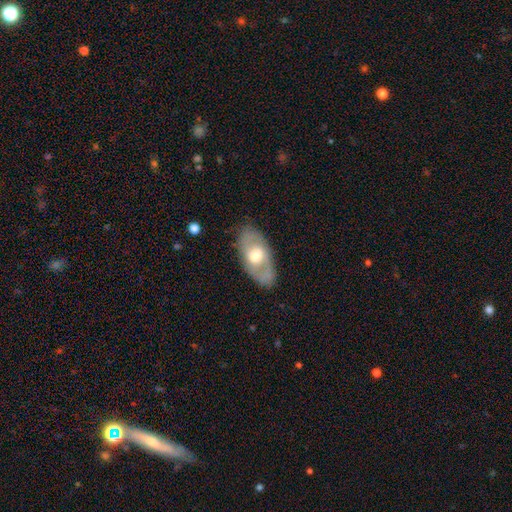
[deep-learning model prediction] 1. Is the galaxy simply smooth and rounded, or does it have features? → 58% featured or disk, 36% smooth, 5% star or artifact.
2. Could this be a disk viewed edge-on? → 88% no, 12% yes.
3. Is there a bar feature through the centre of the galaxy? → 66% no, 27% weak, 7% strong.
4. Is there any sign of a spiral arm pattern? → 54% no, 46% yes.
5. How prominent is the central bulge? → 68% moderate, 15% small, 14% large, 1% dominant, 1% none.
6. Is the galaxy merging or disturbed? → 82% none, 13% minor disturbance, 4% major disturbance, 1% merger.